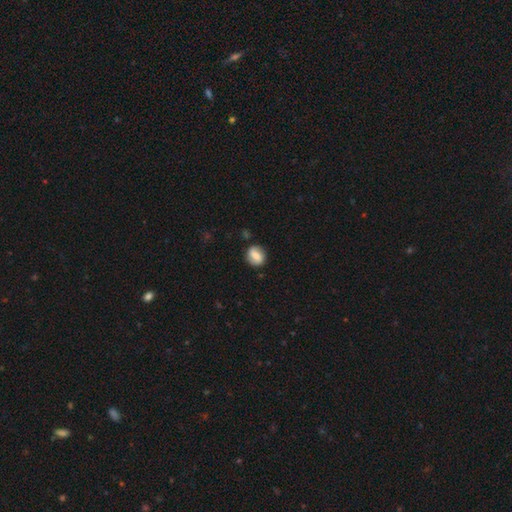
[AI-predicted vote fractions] Smooth or featured? smooth (57%)
How rounded? round (63%)
Merging? none (82%)